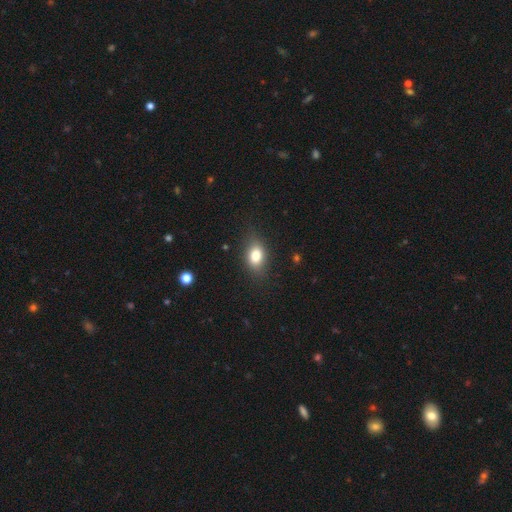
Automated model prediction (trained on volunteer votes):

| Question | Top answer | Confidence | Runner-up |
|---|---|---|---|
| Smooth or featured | smooth | 81% | featured or disk (10%) |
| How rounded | in between | 79% | round (19%) |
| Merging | none | 78% | minor disturbance (16%) |